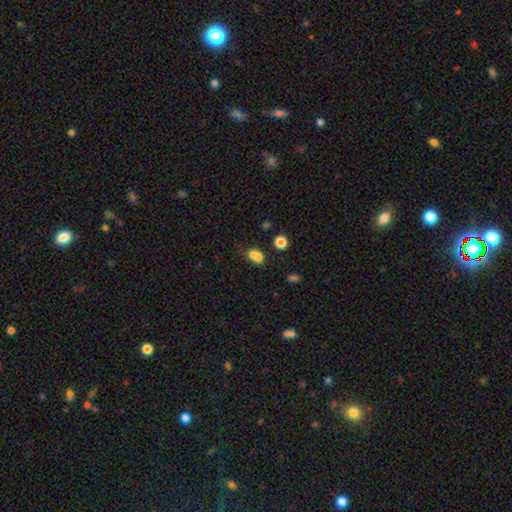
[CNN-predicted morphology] This is likely a smooth galaxy (79%). How rounded: likely in between (71%). Merging: marginally none (40%).